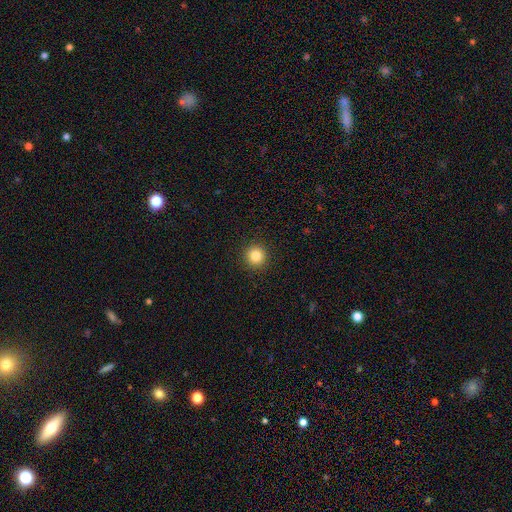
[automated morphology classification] type=smooth (84%); roundness=round (95%); merging=none (93%).